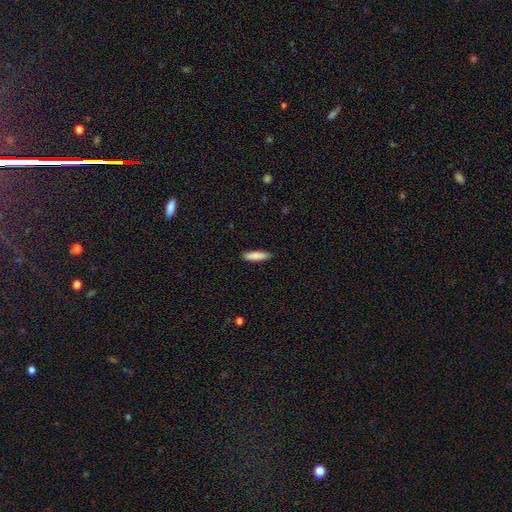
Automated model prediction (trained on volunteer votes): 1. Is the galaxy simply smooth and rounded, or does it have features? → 87% smooth, 7% featured or disk, 6% star or artifact.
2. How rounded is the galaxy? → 65% cigar-shaped, 34% in between, 1% round.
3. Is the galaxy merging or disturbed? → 89% none, 8% minor disturbance, 2% major disturbance, 1% merger.